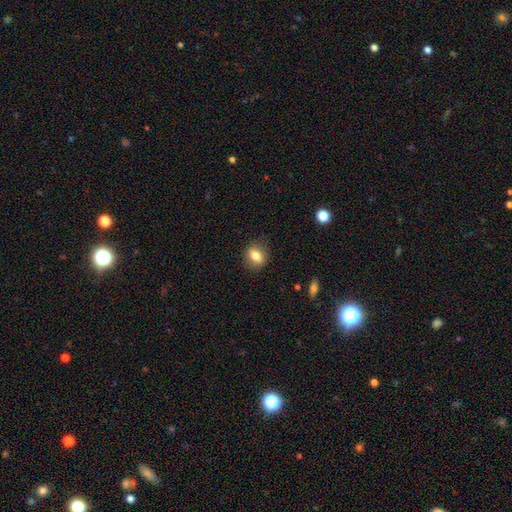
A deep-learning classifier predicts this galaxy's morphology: A smooth galaxy with no disk features (74%) that is in between round and cigar-shaped (55%). Merging: none (83%).